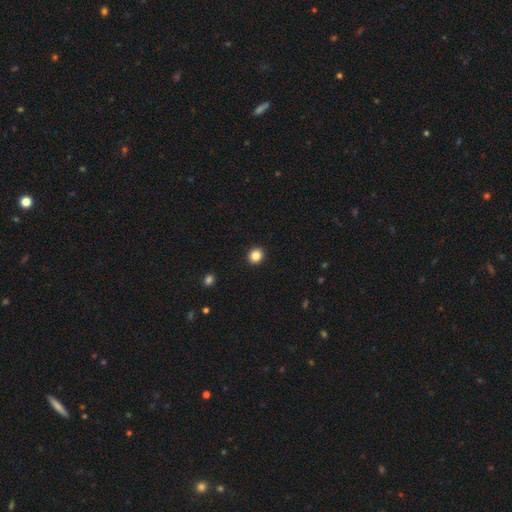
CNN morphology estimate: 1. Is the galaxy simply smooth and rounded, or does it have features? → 85% smooth, 11% star or artifact, 4% featured or disk.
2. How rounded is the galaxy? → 85% round, 14% in between, 1% cigar-shaped.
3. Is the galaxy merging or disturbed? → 93% none, 4% minor disturbance, 1% major disturbance, 1% merger.